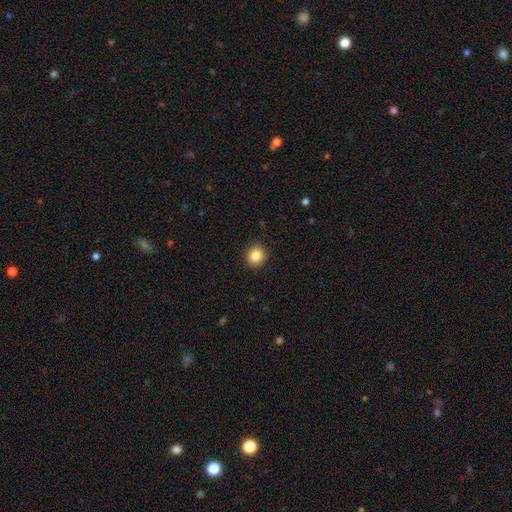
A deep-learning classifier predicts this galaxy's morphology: smooth_or_featured: smooth (p=0.84) [alt: star or artifact p=0.10]
how_rounded: round (p=0.90) [alt: in between p=0.09]
merging: none (p=0.91) [alt: minor disturbance p=0.06]